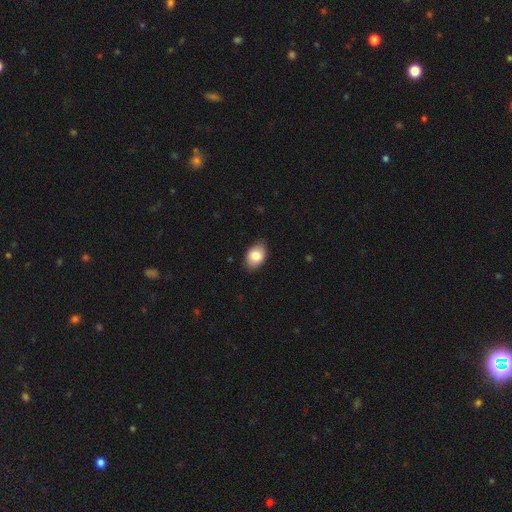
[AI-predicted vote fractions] smooth 82%, featured or disk 11%, star or artifact 7%. Down the decision tree: how rounded — in between (85%); merging — none (84%).